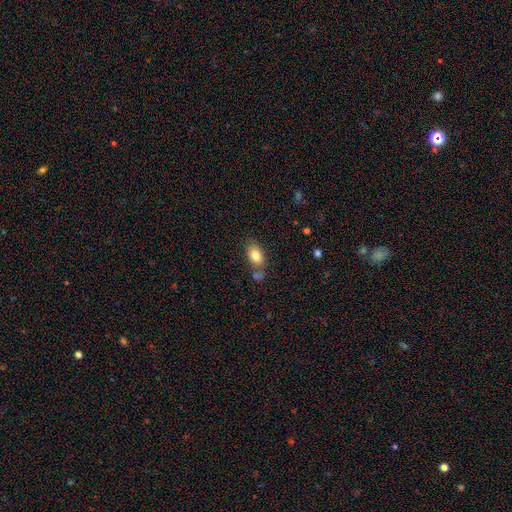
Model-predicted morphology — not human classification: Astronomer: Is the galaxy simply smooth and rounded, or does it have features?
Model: smooth — 81%.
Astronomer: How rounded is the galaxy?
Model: in between — 88%.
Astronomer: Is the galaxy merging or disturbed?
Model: none — 63%.